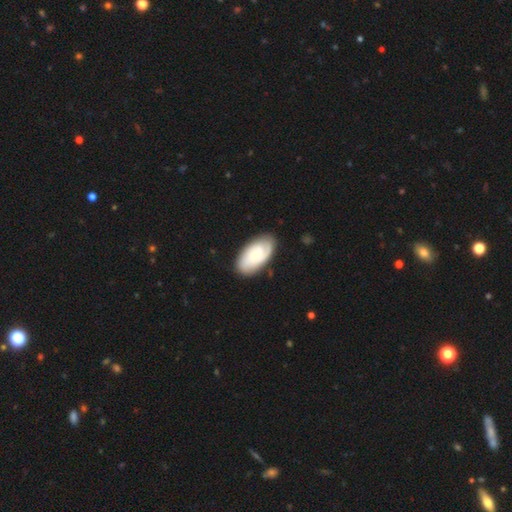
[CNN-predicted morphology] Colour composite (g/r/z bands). It shows a featured or disk galaxy (62%) with no bar (68%), 2 (45%) tight (56%) spiral arms (91%) and a small central bulge (47%). Merging: none (81%).